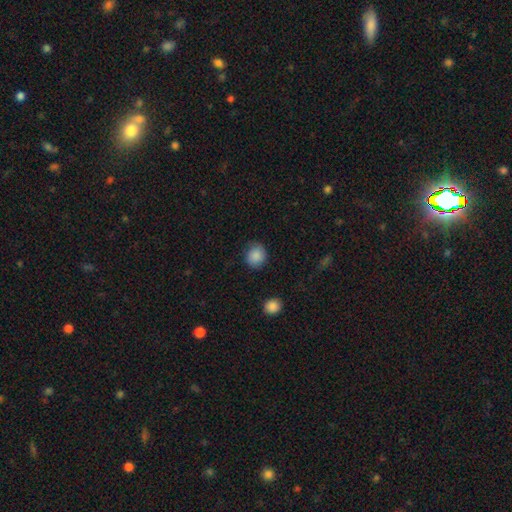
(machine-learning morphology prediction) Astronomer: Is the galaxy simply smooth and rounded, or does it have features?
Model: smooth — 87%.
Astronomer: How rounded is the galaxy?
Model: round — 83%.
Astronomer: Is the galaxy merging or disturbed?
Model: none — 80%.